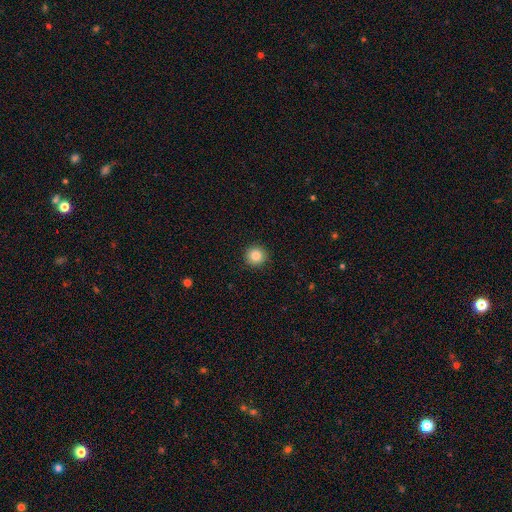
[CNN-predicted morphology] smooth_or_featured: smooth (p=0.86) [alt: star or artifact p=0.10]
how_rounded: round (p=0.95) [alt: in between p=0.04]
merging: none (p=0.92) [alt: minor disturbance p=0.05]